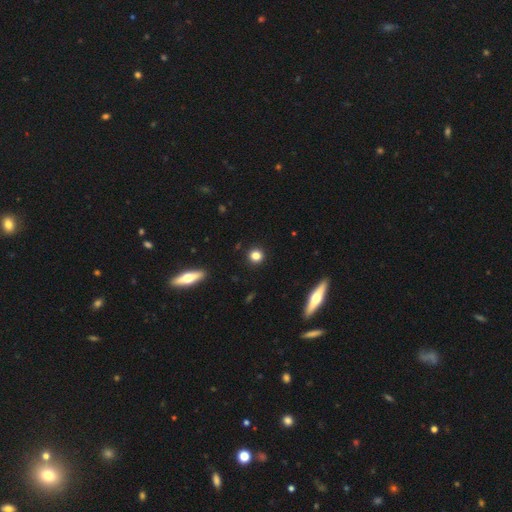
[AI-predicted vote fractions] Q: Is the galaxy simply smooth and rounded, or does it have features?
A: smooth — 83%.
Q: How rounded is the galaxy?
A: round — 92%.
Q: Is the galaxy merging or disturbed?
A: none — 92%.